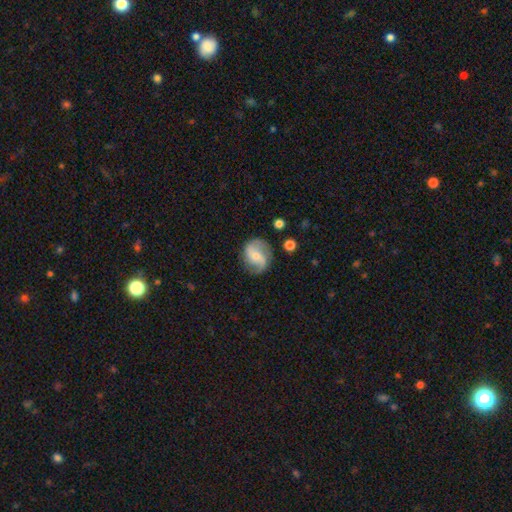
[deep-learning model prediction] Smooth or featured?
  - featured or disk: 75% *
  - smooth: 18%
  - star or artifact: 6%
Edge-on disk?
  - no: 98% *
  - yes: 2%
Bar?
  - no: 45% *
  - weak: 40%
  - strong: 15%
Spiral arms?
  - yes: 94% *
  - no: 6%
Spiral winding?
  - loose: 47% *
  - medium: 39%
  - tight: 13%
Spiral arm count?
  - 2: 86% *
  - can't tell: 5%
  - 1: 4%
  - 3: 3%
  - 4: 1%
  - more than 4: 1%
Bulge size?
  - small: 57% *
  - moderate: 34%
  - none: 5%
  - large: 2%
  - dominant: 1%
Merging?
  - none: 76% *
  - minor disturbance: 15%
  - major disturbance: 6%
  - merger: 2%